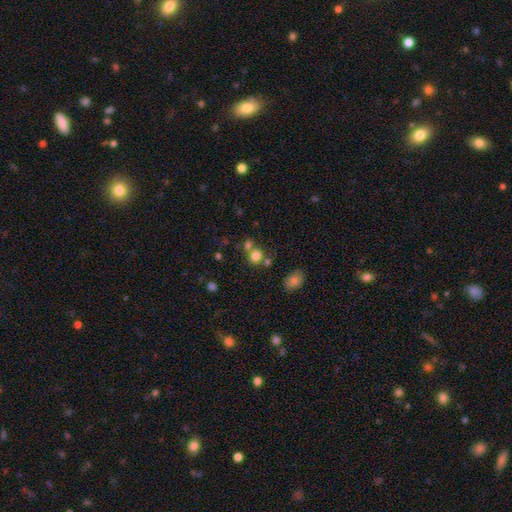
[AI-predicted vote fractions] Smooth or featured? Predicted: smooth (p=0.78). How rounded? Predicted: round (p=0.72). Merging? Predicted: none (p=0.53).